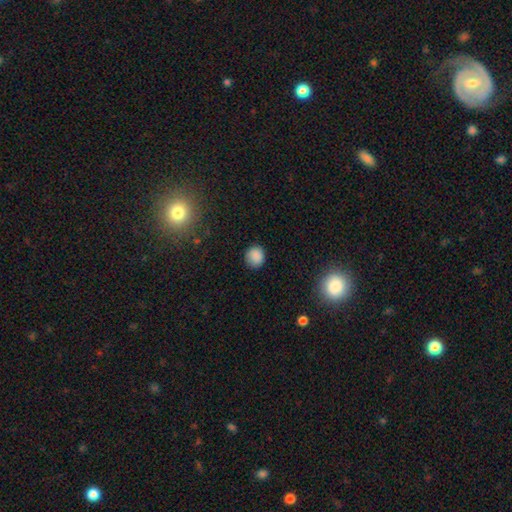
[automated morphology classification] A smooth galaxy with no disk features (85%) that is round (85%).

Vote fractions:
- Smooth or featured? smooth: 85% / star or artifact: 11% / featured or disk: 4%
- How rounded? round: 85% / in between: 14% / cigar-shaped: 1%
- Merging? none: 86% / minor disturbance: 10% / major disturbance: 3% / merger: 1%